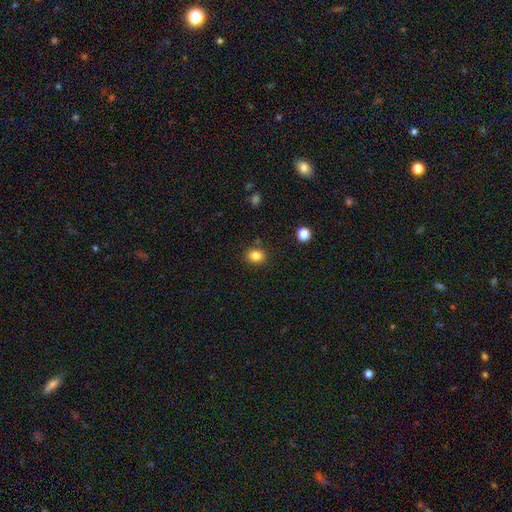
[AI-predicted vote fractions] Smooth or featured? Predicted: smooth (p=0.84). How rounded? Predicted: round (p=0.57). Merging? Predicted: none (p=0.85).